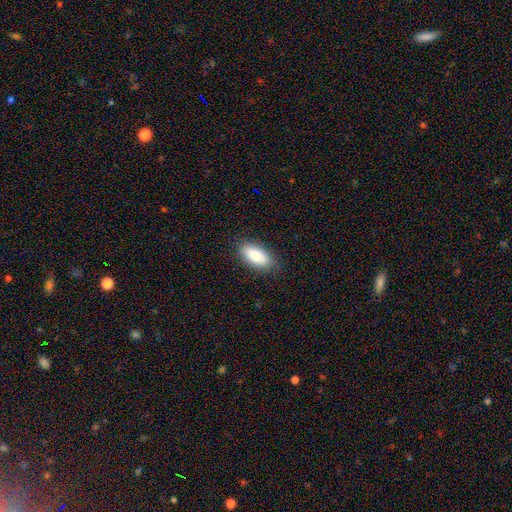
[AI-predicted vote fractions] A smooth galaxy with no disk features (78%) that is in between round and cigar-shaped (90%). Merging: none (86%).